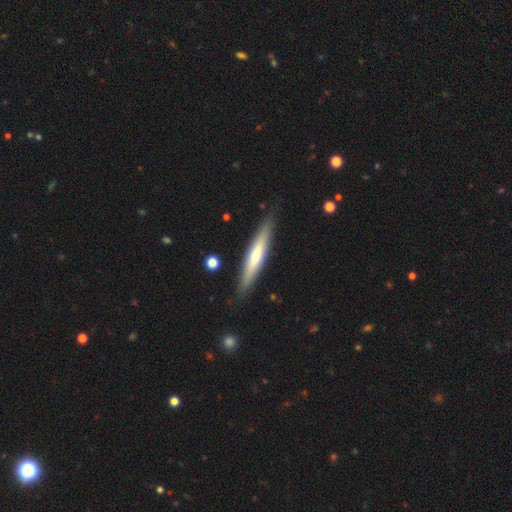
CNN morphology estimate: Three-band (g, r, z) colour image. It shows a smooth galaxy with no disk features (52%) that is cigar-shaped (89%). Merging: none (87%).